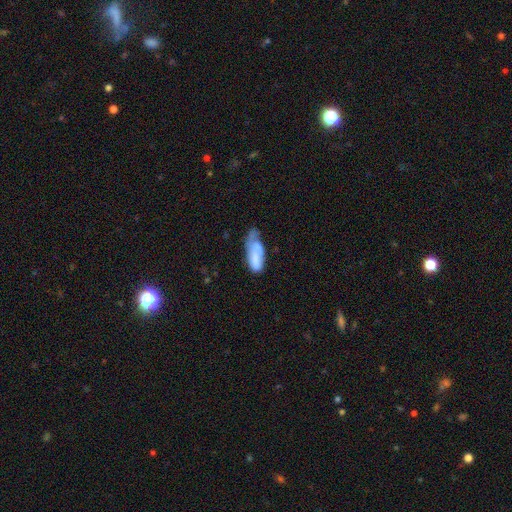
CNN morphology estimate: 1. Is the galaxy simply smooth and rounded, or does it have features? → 63% smooth, 30% featured or disk, 7% star or artifact.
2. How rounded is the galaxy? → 74% in between, 24% cigar-shaped, 2% round.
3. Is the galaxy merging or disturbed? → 37% minor disturbance, 28% major disturbance, 26% none, 9% merger.